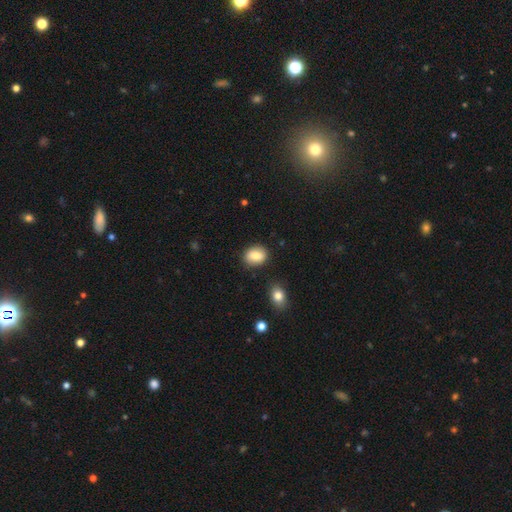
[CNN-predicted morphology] Smooth or featured?
  - smooth: 84% *
  - featured or disk: 8%
  - star or artifact: 8%
How rounded?
  - in between: 64% *
  - round: 35%
  - cigar-shaped: 2%
Merging?
  - none: 82% *
  - minor disturbance: 12%
  - major disturbance: 3%
  - merger: 3%